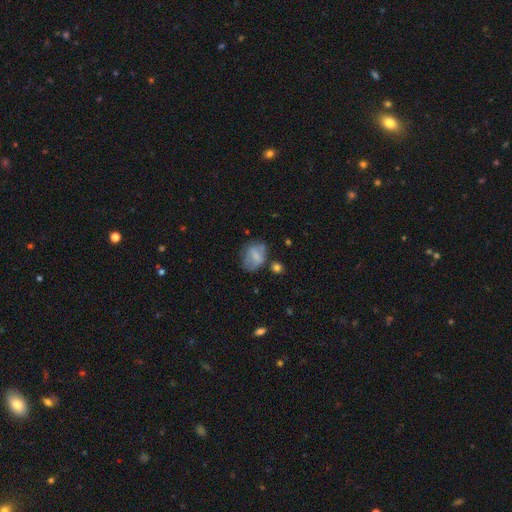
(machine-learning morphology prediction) A smooth galaxy with no disk features (64%) that is in between round and cigar-shaped (68%). Merging: none (50%).